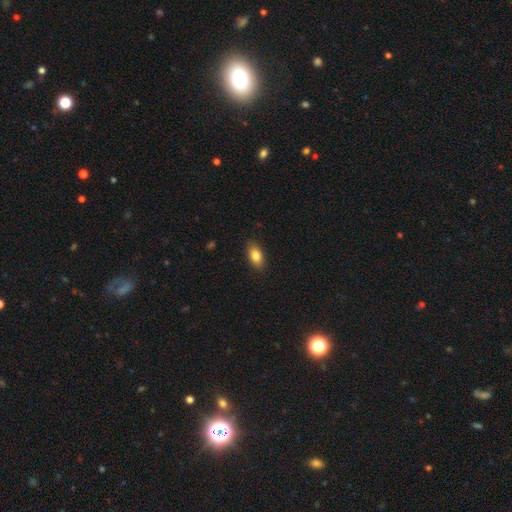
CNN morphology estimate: A smooth galaxy with no disk features (84%) that is in between round and cigar-shaped (89%). Merging: none (87%).